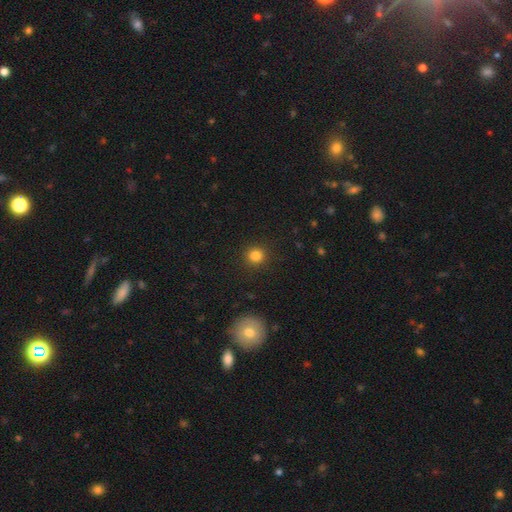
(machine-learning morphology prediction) Smooth or featured? smooth (83%)
How rounded? round (91%)
Merging? none (90%)